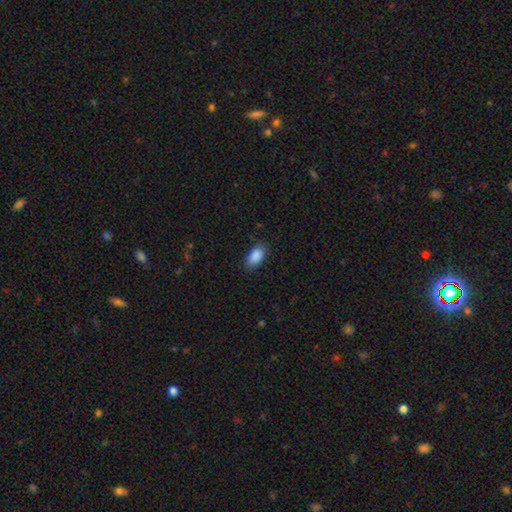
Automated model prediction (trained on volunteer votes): Smooth or featured: smooth — 89% (star or artifact — 7%)
How rounded: in between — 93% (round — 4%)
Merging: none — 81% (minor disturbance — 15%)